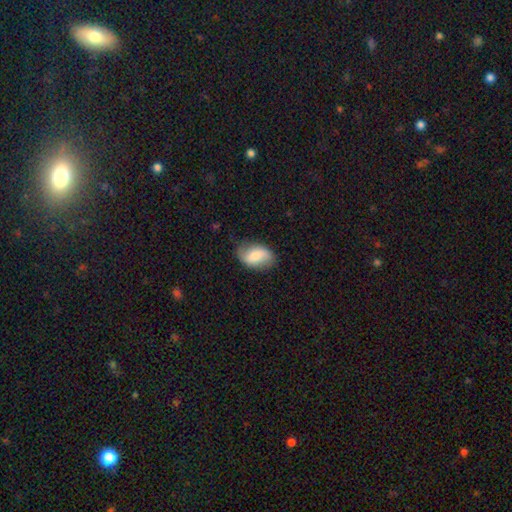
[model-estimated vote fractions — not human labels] A smooth galaxy with no disk features (58%) that is in between round and cigar-shaped (87%). Merging: none (71%).